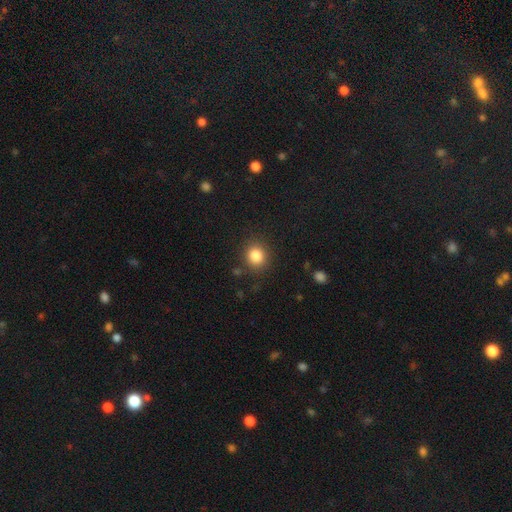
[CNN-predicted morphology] smooth-or-featured: smooth: 83% | star or artifact: 11% | featured or disk: 5%
  how-rounded: round: 84% | in between: 15% | cigar-shaped: 1%
  merging: none: 86% | minor disturbance: 9% | major disturbance: 3% | merger: 2%